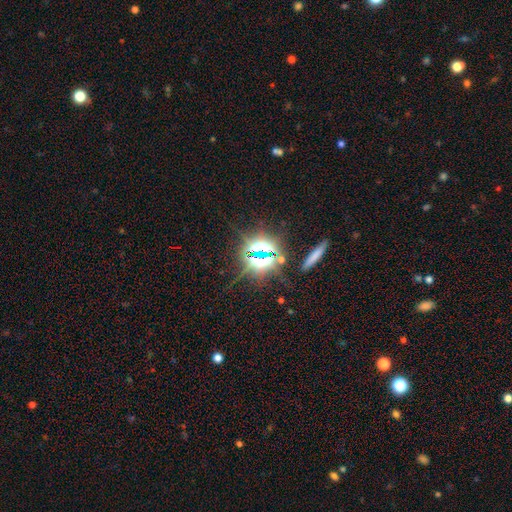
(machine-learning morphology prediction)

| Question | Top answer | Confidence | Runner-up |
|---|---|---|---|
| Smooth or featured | star or artifact | 75% | smooth (14%) |